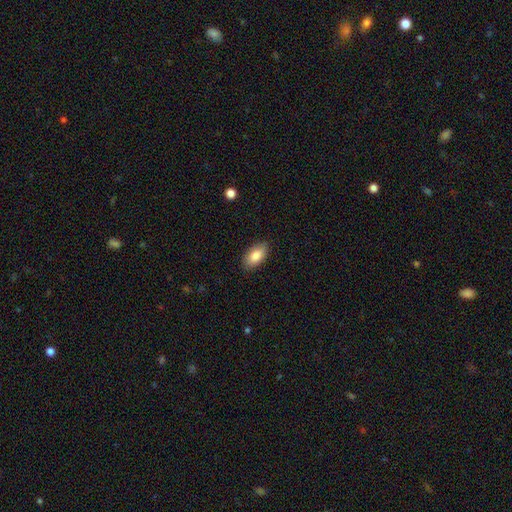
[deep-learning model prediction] Smooth or featured? Predicted: smooth (p=0.85). How rounded? Predicted: in between (p=0.93). Merging? Predicted: none (p=0.87).